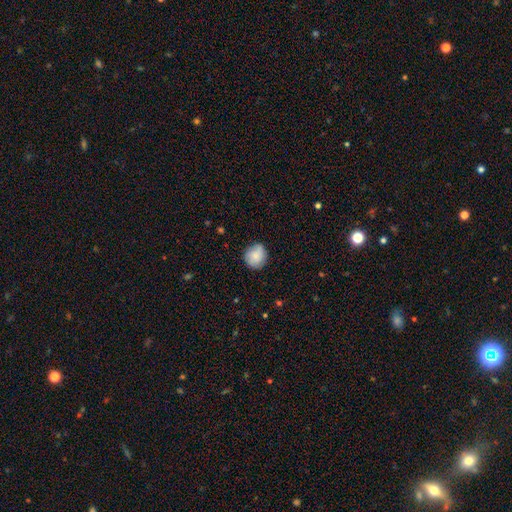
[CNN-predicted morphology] Smooth or featured: smooth — 75% (featured or disk — 17%)
How rounded: round — 83% (in between — 16%)
Merging: none — 76% (minor disturbance — 19%)